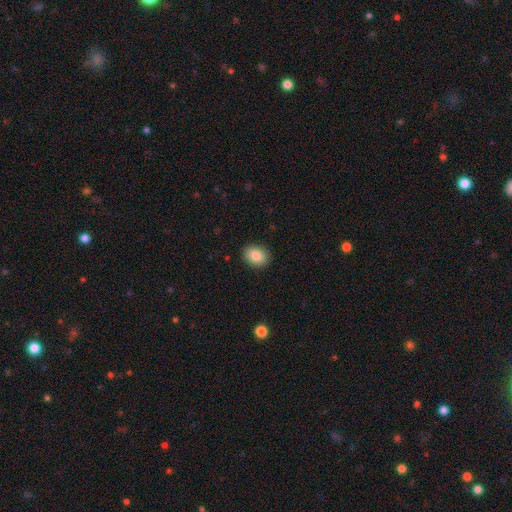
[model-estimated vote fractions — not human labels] Morphology: type=smooth (85%); roundness=in between (62%); merging=none (90%).